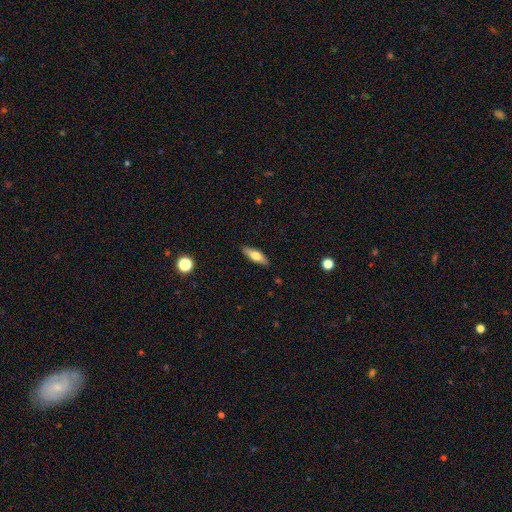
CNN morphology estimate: Smooth or featured?
  - smooth: 66% *
  - featured or disk: 27%
  - star or artifact: 7%
How rounded?
  - in between: 56% *
  - cigar-shaped: 42%
  - round: 3%
Merging?
  - none: 87% *
  - minor disturbance: 9%
  - major disturbance: 2%
  - merger: 1%